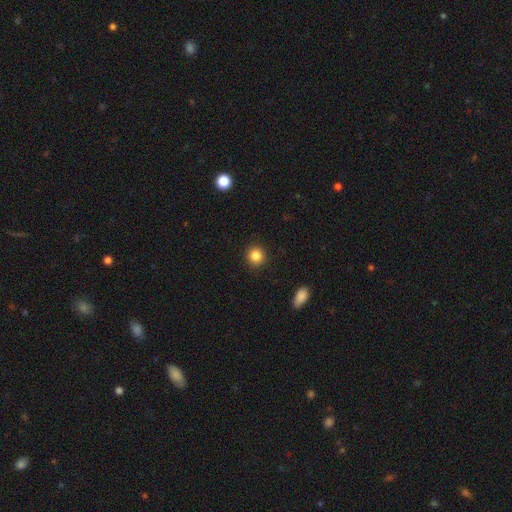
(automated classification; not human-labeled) smooth-or-featured: smooth: 86% | star or artifact: 10% | featured or disk: 4%
  how-rounded: round: 92% | in between: 7% | cigar-shaped: 1%
  merging: none: 92% | minor disturbance: 5% | major disturbance: 2% | merger: 1%